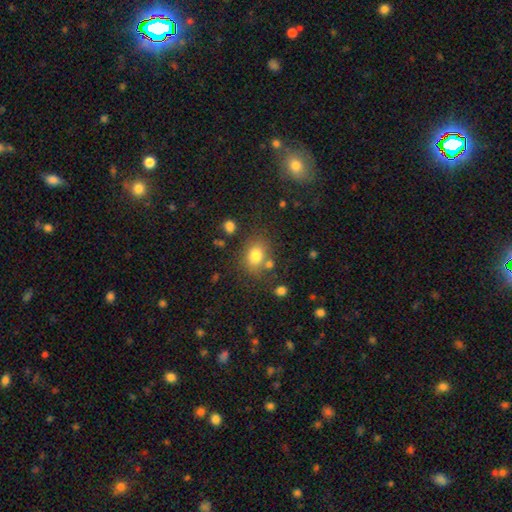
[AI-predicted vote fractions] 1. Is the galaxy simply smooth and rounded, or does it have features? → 78% smooth, 12% star or artifact, 10% featured or disk.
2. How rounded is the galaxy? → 52% in between, 47% round, 1% cigar-shaped.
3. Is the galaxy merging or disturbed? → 69% none, 15% minor disturbance, 11% merger, 6% major disturbance.